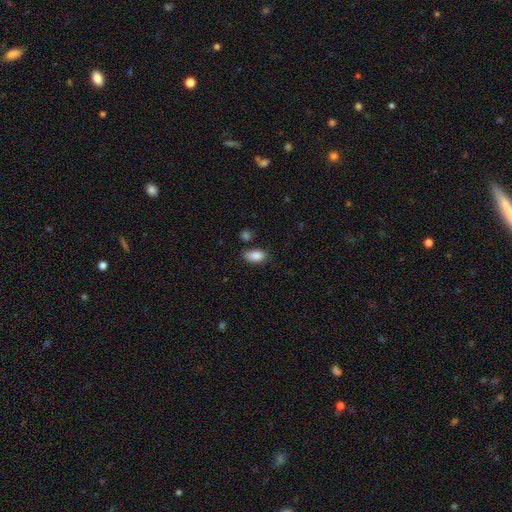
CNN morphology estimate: Q: Smooth or featured?
A: smooth (89%); runner-up: star or artifact (7%)
Q: How rounded?
A: in between (92%); runner-up: cigar-shaped (5%)
Q: Merging?
A: none (77%); runner-up: minor disturbance (15%)